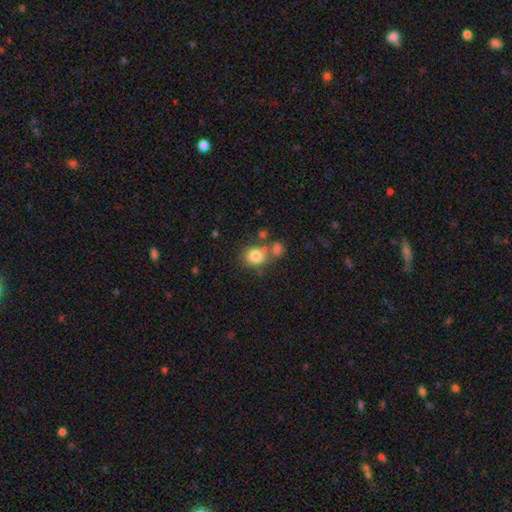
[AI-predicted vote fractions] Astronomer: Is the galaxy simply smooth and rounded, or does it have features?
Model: smooth — 80%.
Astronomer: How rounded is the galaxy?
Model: round — 77%.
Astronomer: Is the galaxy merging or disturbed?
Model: none — 57%.